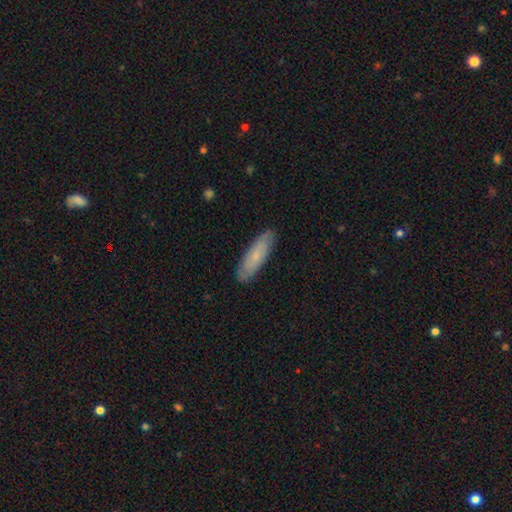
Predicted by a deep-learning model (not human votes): smooth 66%, featured or disk 28%, star or artifact 6%. Down the decision tree: how rounded — cigar-shaped (56%); merging — none (86%).